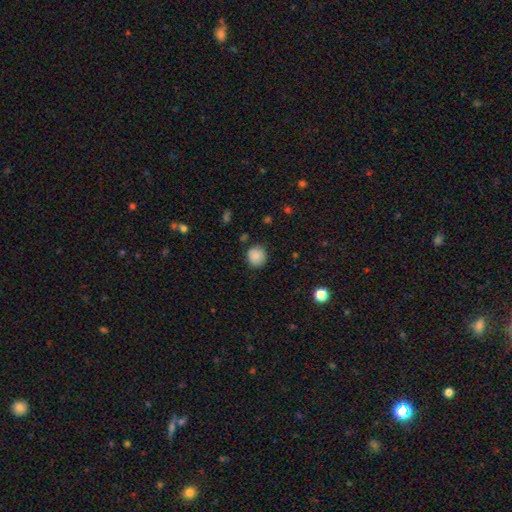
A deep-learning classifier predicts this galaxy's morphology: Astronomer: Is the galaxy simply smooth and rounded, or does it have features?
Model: smooth — 83%.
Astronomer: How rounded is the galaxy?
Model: round — 88%.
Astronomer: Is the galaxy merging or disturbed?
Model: none — 81%.